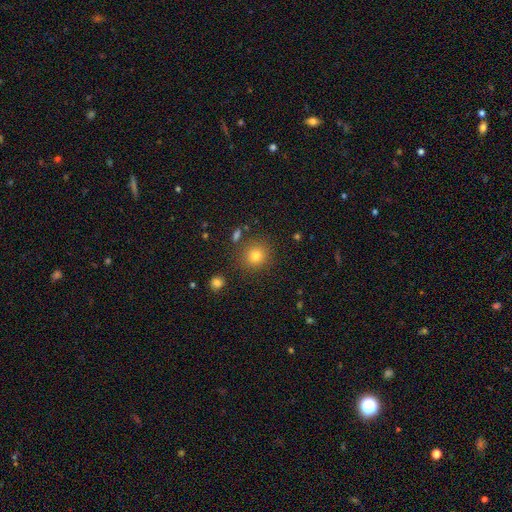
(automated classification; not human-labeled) Smooth or featured: smooth — 79% (star or artifact — 14%)
How rounded: round — 89% (in between — 10%)
Merging: none — 84% (minor disturbance — 8%)